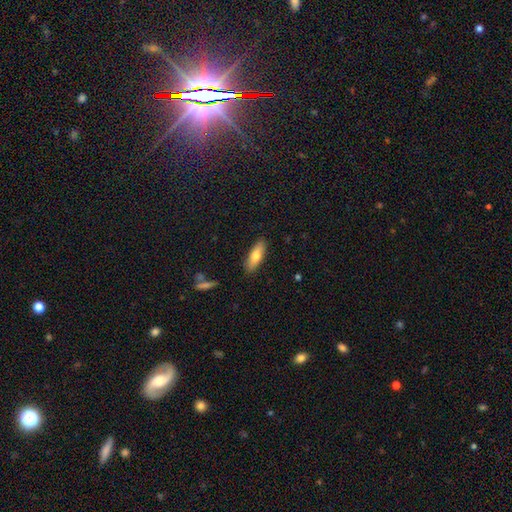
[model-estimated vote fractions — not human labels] Overall: smooth (72%). How rounded: in between (57%; cigar-shaped 41%). Merging: none (87%).